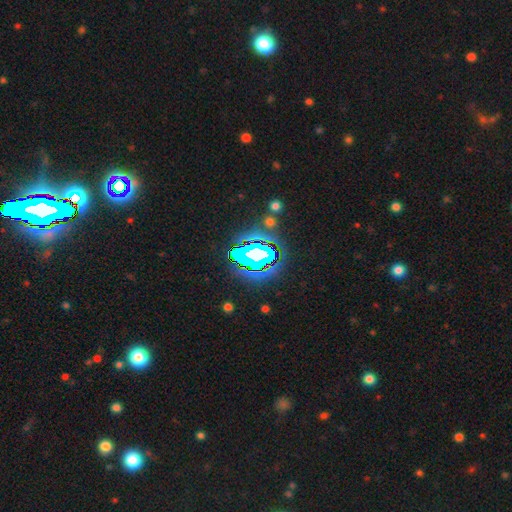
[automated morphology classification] Smooth or featured: star or artifact — 66% (featured or disk — 18%)